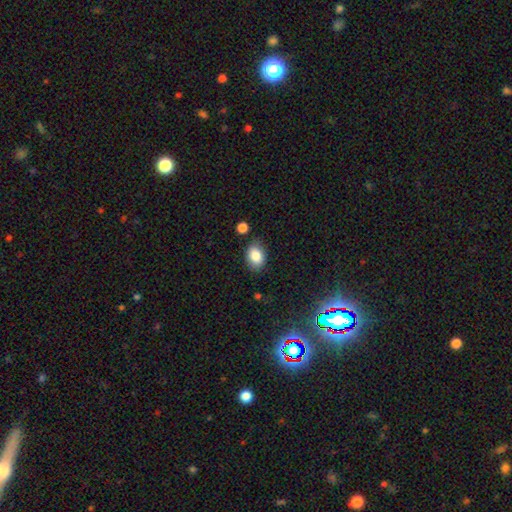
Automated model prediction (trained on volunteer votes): The model was most divided on "how rounded": in between: 78%, round: 21%, cigar-shaped: 1%. More confident: smooth or featured — smooth (83%); merging — none (79%).